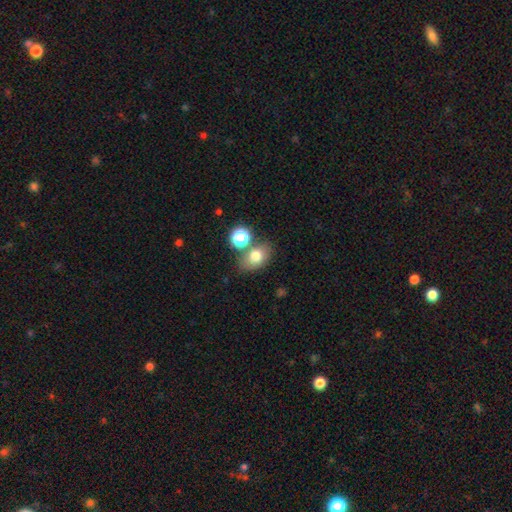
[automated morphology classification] This is likely a smooth galaxy (75%). How rounded: likely in between (72%). Merging: likely none (64%).